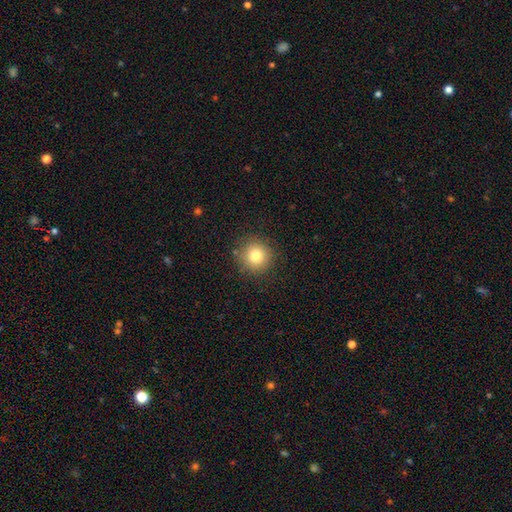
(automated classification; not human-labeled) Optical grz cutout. It shows a smooth galaxy with no disk features (79%) that is round (93%). Merging: none (88%).